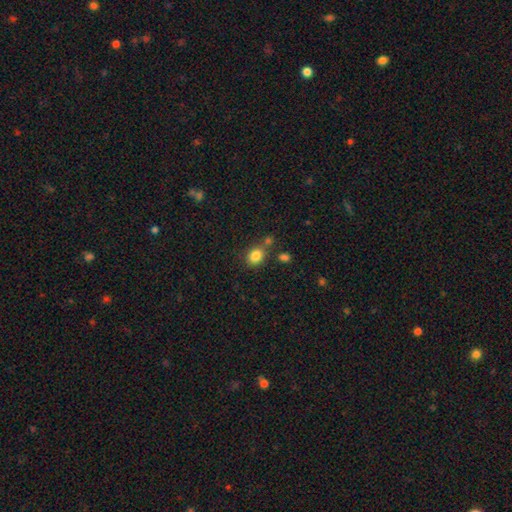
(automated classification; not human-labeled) smooth 84%, star or artifact 11%, featured or disk 6%. Down the decision tree: how rounded — round (56%); merging — none (66%).